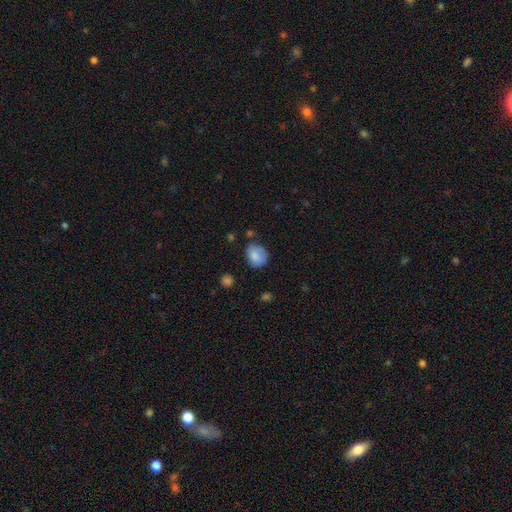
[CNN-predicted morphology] A smooth galaxy with no disk features (82%) that is round (61%).

Vote fractions:
- Smooth or featured? smooth: 82% / featured or disk: 9% / star or artifact: 8%
- How rounded? round: 61% / in between: 39% / cigar-shaped: 1%
- Merging? none: 66% / minor disturbance: 25% / major disturbance: 6% / merger: 3%